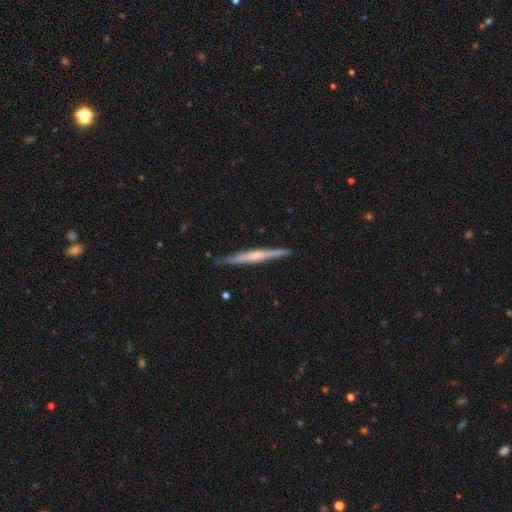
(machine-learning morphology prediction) This is likely a featured or disk galaxy (61%). It is clearly viewed edge-on (97%). Edge-on bulge: possibly none (46%). Merging: clearly none (87%).